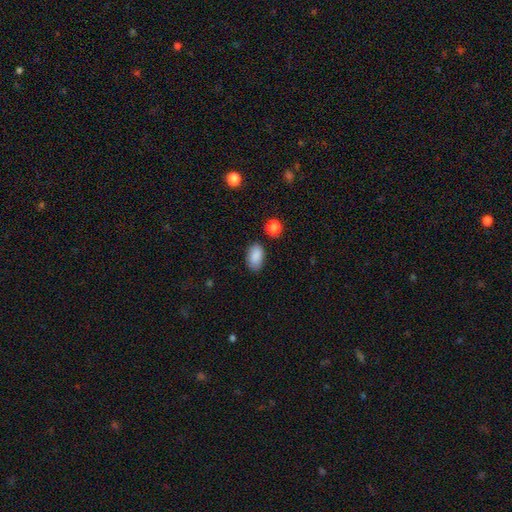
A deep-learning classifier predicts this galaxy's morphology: The model was most divided on "merging": none: 80%, minor disturbance: 15%, major disturbance: 3%, merger: 2%. More confident: how rounded — in between (93%); smooth or featured — smooth (88%).